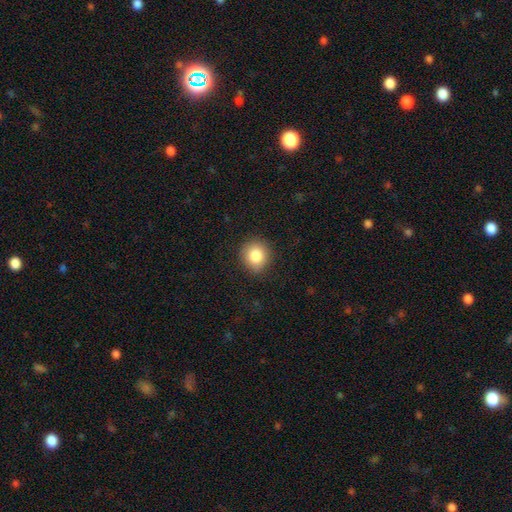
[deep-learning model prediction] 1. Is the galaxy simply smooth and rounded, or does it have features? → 84% smooth, 9% star or artifact, 7% featured or disk.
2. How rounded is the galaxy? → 82% round, 17% in between, 1% cigar-shaped.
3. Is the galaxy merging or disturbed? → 87% none, 9% minor disturbance, 3% major disturbance, 1% merger.